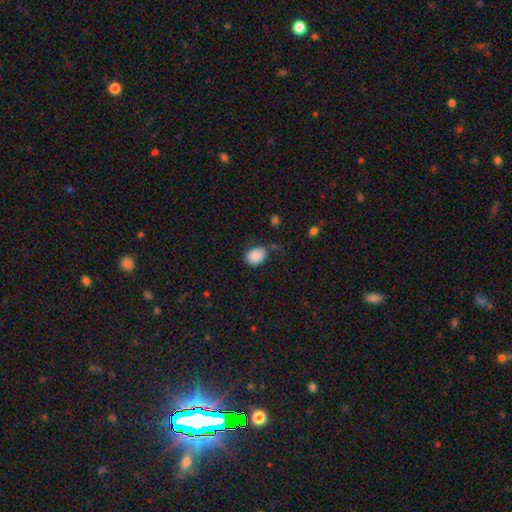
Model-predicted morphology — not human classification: This is clearly a smooth galaxy (87%). How rounded: likely in between (69%). Merging: likely none (62%).